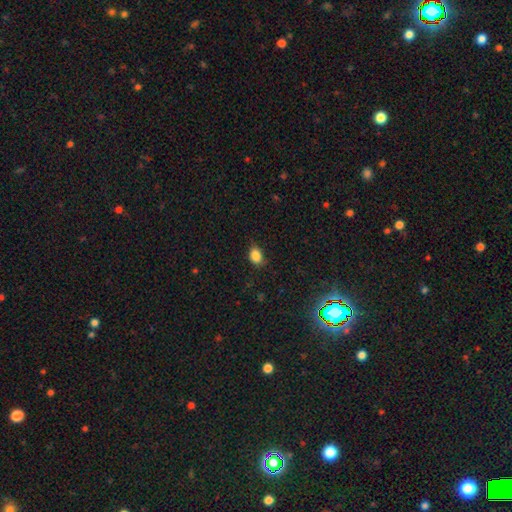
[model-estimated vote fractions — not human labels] smooth 85%, star or artifact 10%, featured or disk 4%. Down the decision tree: how rounded — in between (73%); merging — none (72%).